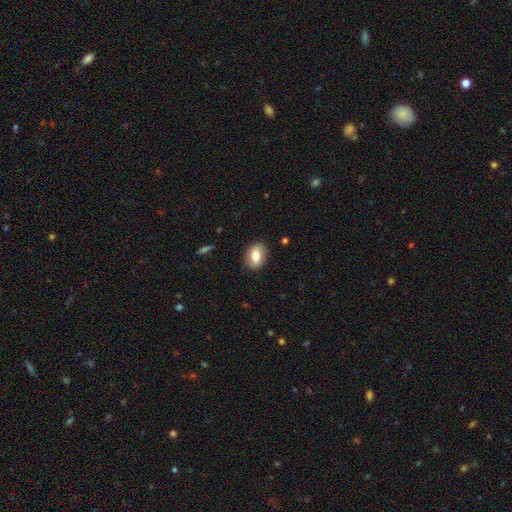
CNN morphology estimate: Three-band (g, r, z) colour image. It shows a smooth galaxy with no disk features (74%) that is in between round and cigar-shaped (78%). Merging: none (85%).